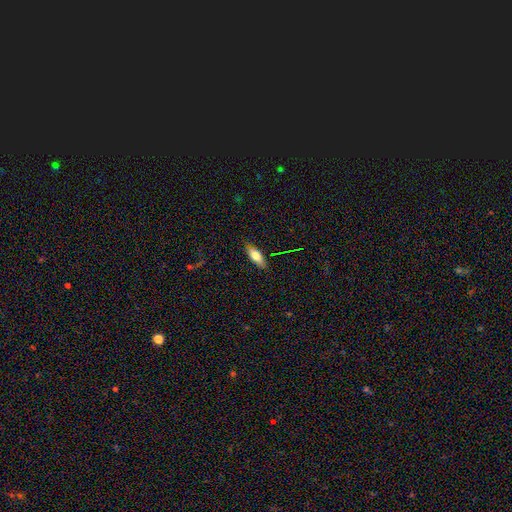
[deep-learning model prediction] Morphology: type=smooth (71%); roundness=in between (64%); merging=none (85%).